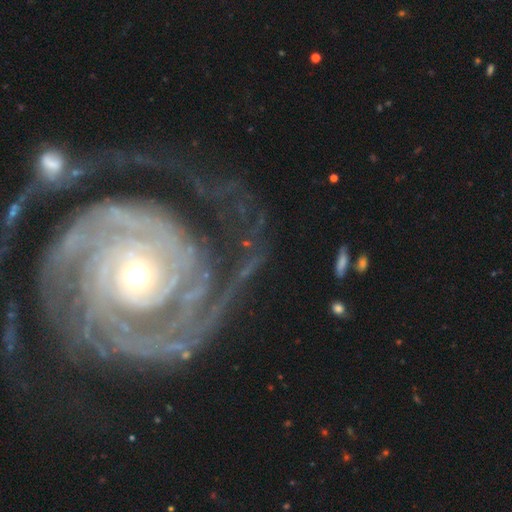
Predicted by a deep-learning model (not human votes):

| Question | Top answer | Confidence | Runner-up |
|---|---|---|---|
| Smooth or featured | featured or disk | 89% | star or artifact (6%) |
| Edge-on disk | no | 97% | yes (3%) |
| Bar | no | 73% | weak (17%) |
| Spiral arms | yes | 96% | no (4%) |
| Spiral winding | tight | 68% | medium (23%) |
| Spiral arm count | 2 | 31% | can't tell (21%) |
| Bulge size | moderate | 57% | small (35%) |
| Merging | none | 55% | major disturbance (27%) |